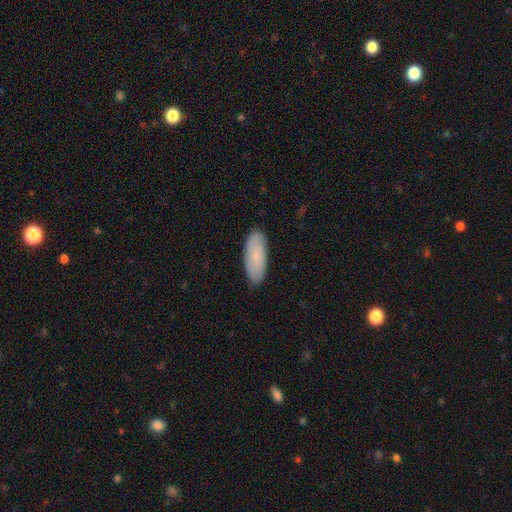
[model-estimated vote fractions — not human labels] Morphology: type=smooth (77%); roundness=in between (74%); merging=none (87%).